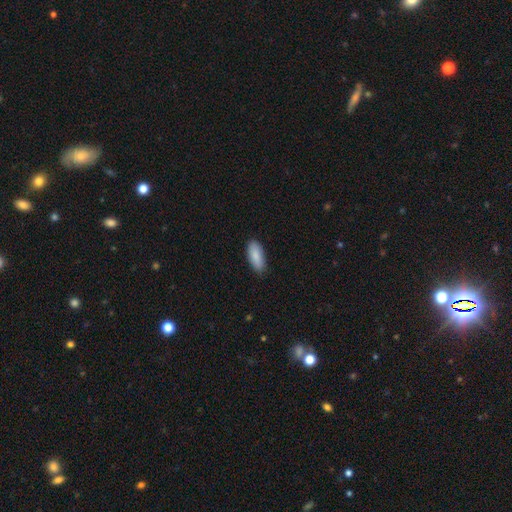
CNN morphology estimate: Q: Smooth or featured?
A: smooth (88%); runner-up: featured or disk (6%)
Q: How rounded?
A: in between (82%); runner-up: cigar-shaped (16%)
Q: Merging?
A: none (85%); runner-up: minor disturbance (12%)